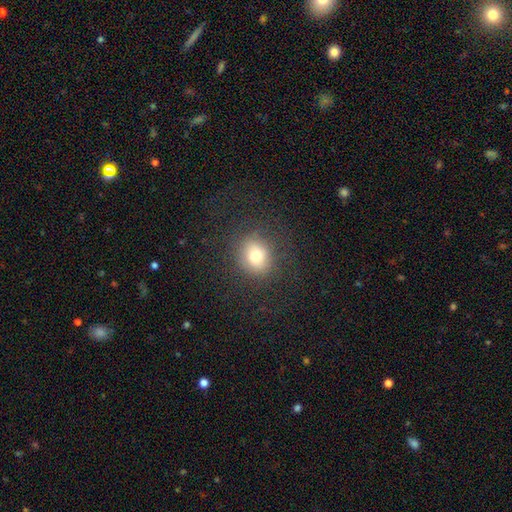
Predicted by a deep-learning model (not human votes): A smooth galaxy with no disk features (73%) that is round (71%). Merging: none (81%).